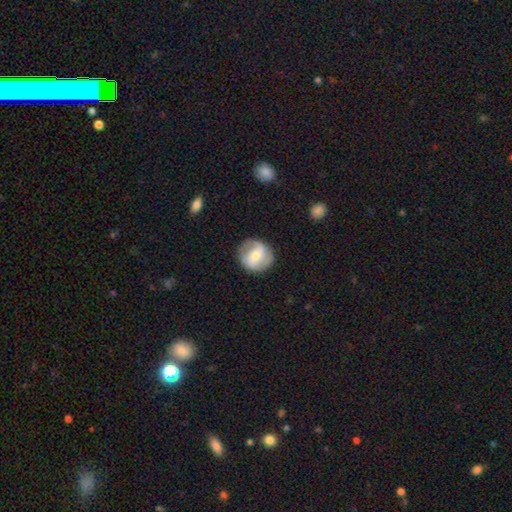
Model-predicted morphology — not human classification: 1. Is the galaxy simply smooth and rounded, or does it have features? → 54% featured or disk, 40% smooth, 7% star or artifact.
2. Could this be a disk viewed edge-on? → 96% no, 4% yes.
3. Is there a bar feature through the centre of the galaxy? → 41% weak, 32% no, 27% strong.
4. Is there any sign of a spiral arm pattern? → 75% yes, 25% no.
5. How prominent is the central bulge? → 52% moderate, 40% small, 5% large, 2% none, 1% dominant.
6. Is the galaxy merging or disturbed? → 82% none, 12% minor disturbance, 4% major disturbance, 1% merger.